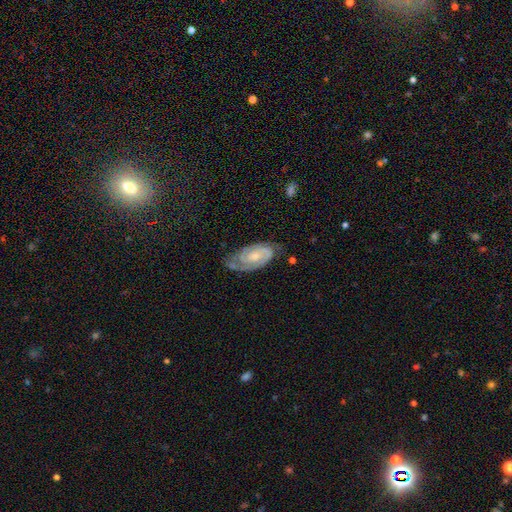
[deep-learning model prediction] Morphology: type=featured or disk (83%); edge-on=no (96%); bar=no (63%); spiral arms=yes (96%); winding=tight (64%); arm count=2 (75%); bulge=small (48%); merging=none (63%).